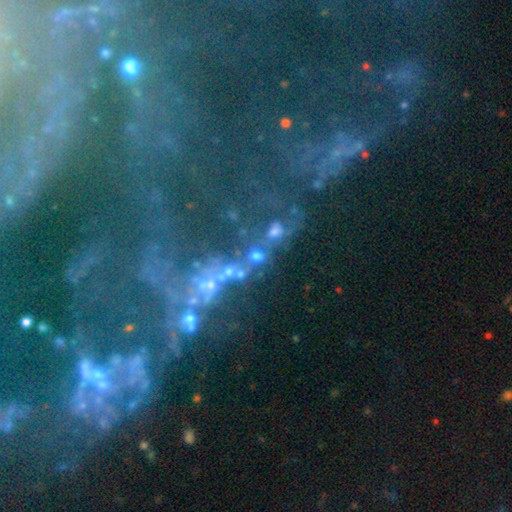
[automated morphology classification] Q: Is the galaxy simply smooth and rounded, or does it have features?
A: smooth — 34%.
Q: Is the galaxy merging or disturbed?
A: none — 35%.